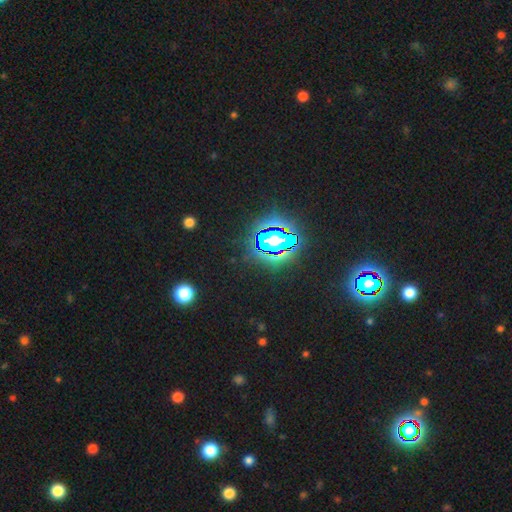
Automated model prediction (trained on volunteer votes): This is clearly a star or artifact rather than a galaxy (81%).